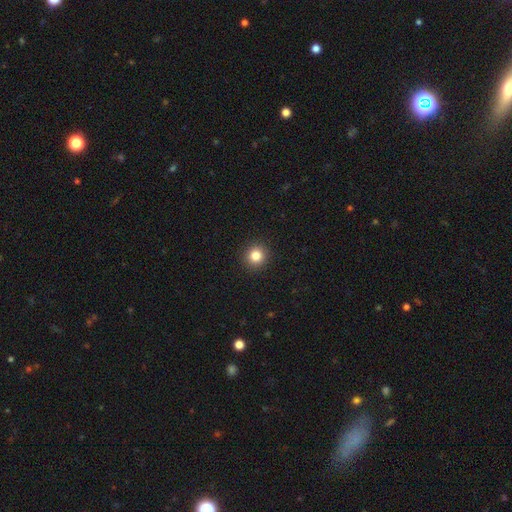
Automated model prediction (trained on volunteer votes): Smooth or featured: smooth — 84% (star or artifact — 11%)
How rounded: round — 92% (in between — 7%)
Merging: none — 93% (minor disturbance — 5%)